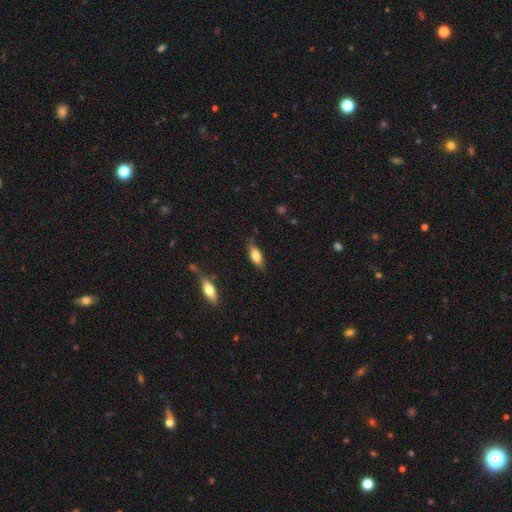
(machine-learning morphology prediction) type=smooth (75%); roundness=in between (75%); merging=none (76%).